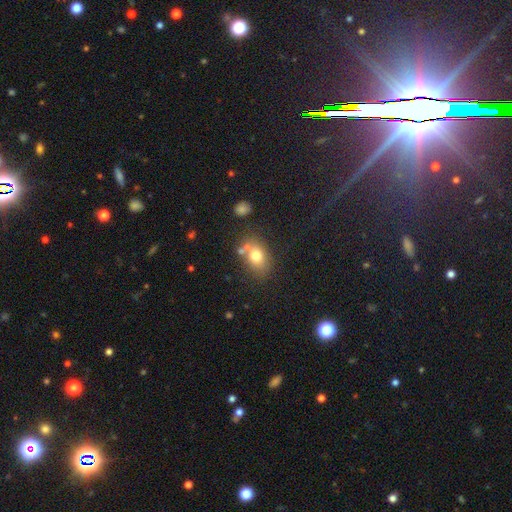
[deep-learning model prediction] A smooth galaxy with no disk features (74%) that is in between round and cigar-shaped (67%).

Vote fractions:
- Smooth or featured? smooth: 74% / featured or disk: 15% / star or artifact: 11%
- How rounded? in between: 67% / round: 32% / cigar-shaped: 1%
- Merging? none: 61% / merger: 19% / minor disturbance: 15% / major disturbance: 6%